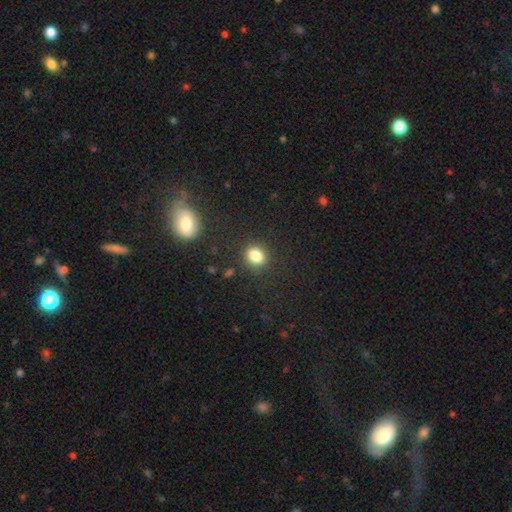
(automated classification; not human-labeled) Smooth or featured? smooth (83%)
How rounded? round (54%)
Merging? none (86%)